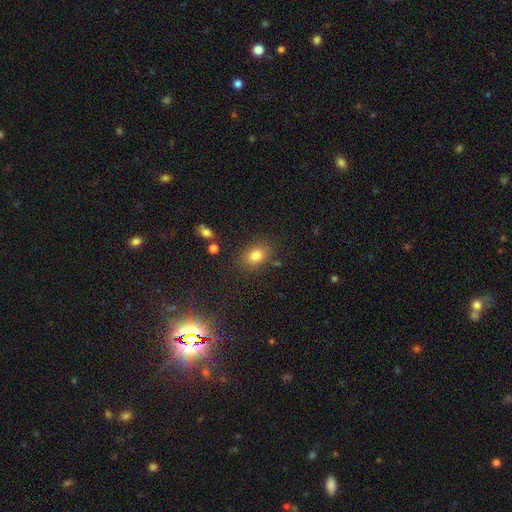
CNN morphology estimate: smooth_or_featured: smooth (p=0.81) [alt: star or artifact p=0.11]
how_rounded: in between (p=0.68) [alt: round p=0.31]
merging: none (p=0.80) [alt: minor disturbance p=0.13]